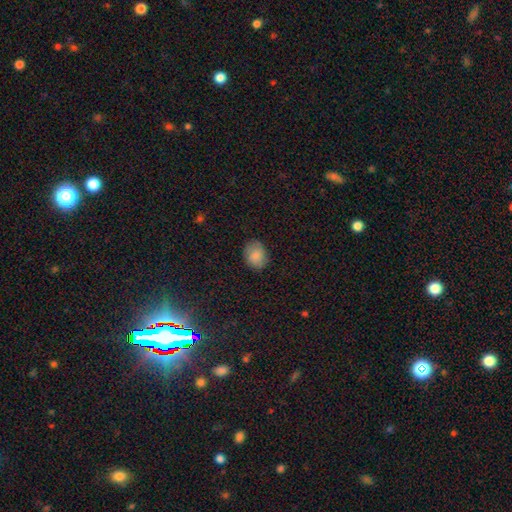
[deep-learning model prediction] smooth 85%, star or artifact 8%, featured or disk 7%. Down the decision tree: how rounded — in between (56%); merging — none (82%).